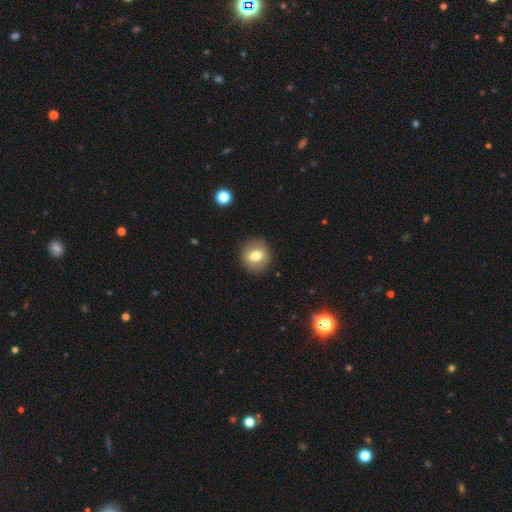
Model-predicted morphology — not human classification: A smooth galaxy with no disk features (72%) that is round (86%). Merging: none (90%).